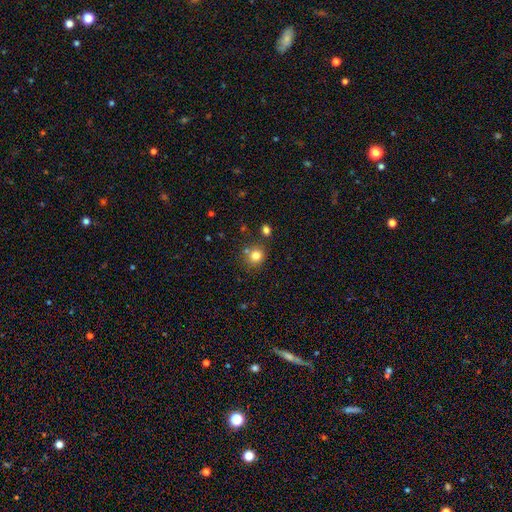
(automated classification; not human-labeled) Overall: smooth (79%). How rounded: round (88%). Merging: none (72%).